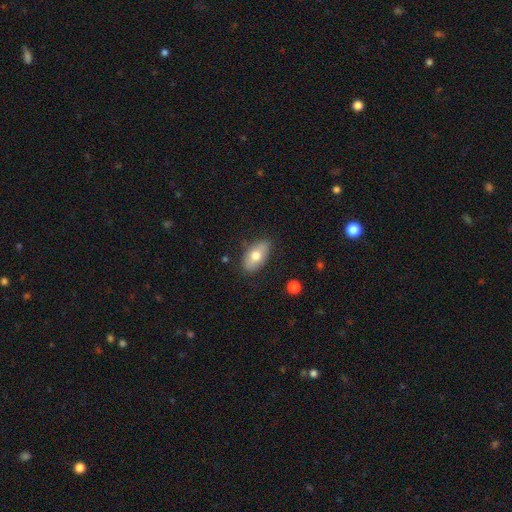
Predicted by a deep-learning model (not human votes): Q: Smooth or featured?
A: smooth (70%); runner-up: featured or disk (24%)
Q: How rounded?
A: in between (92%); runner-up: round (6%)
Q: Merging?
A: none (78%); runner-up: minor disturbance (17%)